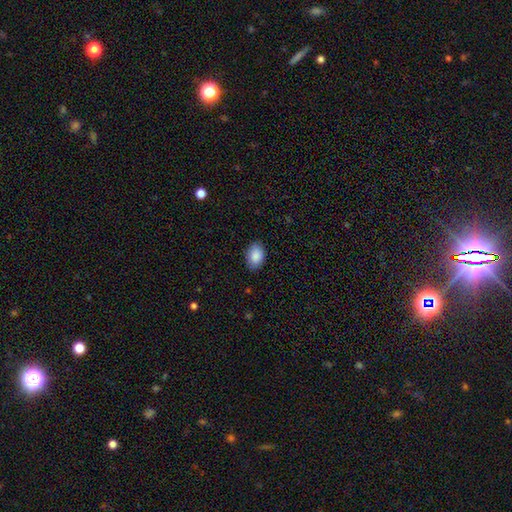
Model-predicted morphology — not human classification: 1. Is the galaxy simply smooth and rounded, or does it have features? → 89% smooth, 7% star or artifact, 4% featured or disk.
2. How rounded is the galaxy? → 88% in between, 11% round, 1% cigar-shaped.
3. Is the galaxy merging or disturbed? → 87% none, 10% minor disturbance, 2% major disturbance, 1% merger.